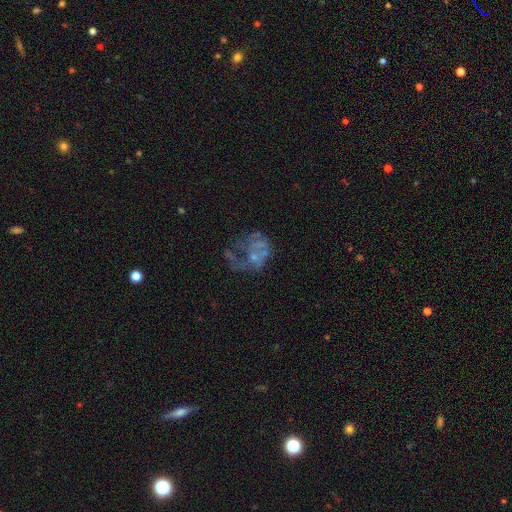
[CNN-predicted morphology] Smooth or featured? featured or disk (62%)
Edge-on disk? no (98%)
Bar? no (88%)
Spiral arms? no (78%)
Bulge size? none (51%)
Merging? major disturbance (43%)